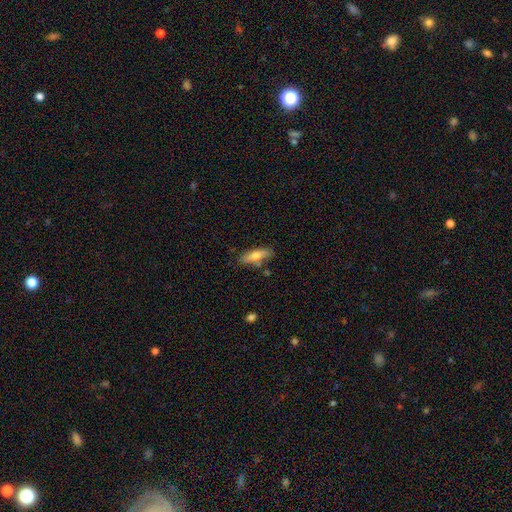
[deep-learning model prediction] Morphology: type=smooth (63%); roundness=cigar-shaped (56%); merging=none (76%).